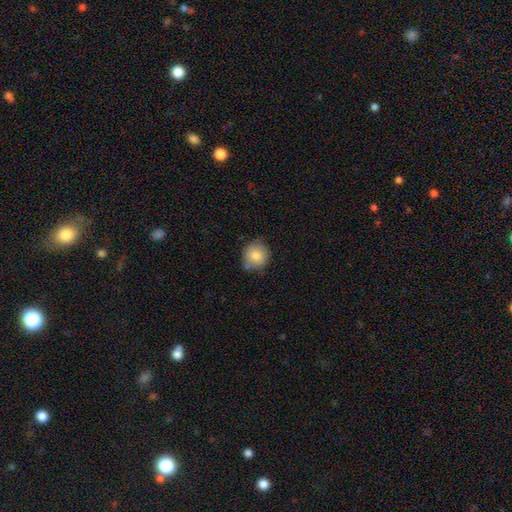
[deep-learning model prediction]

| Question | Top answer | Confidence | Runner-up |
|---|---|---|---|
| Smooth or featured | smooth | 82% | featured or disk (10%) |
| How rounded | round | 90% | in between (9%) |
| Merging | none | 73% | minor disturbance (18%) |